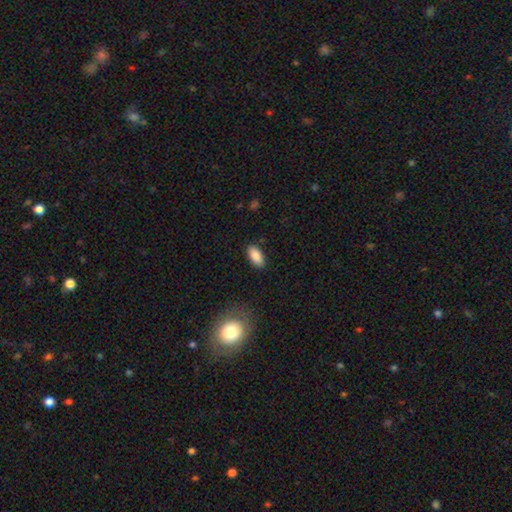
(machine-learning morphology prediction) smooth 88%, star or artifact 7%, featured or disk 5%. Down the decision tree: how rounded — in between (91%); merging — none (87%).